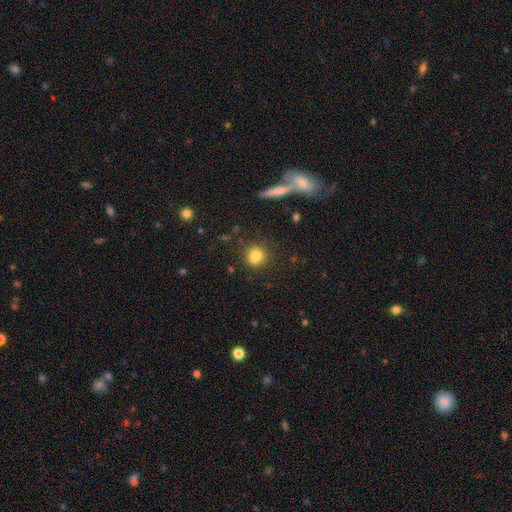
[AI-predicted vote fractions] smooth 79%, star or artifact 12%, featured or disk 9%. Down the decision tree: how rounded — round (70%); merging — none (65%).